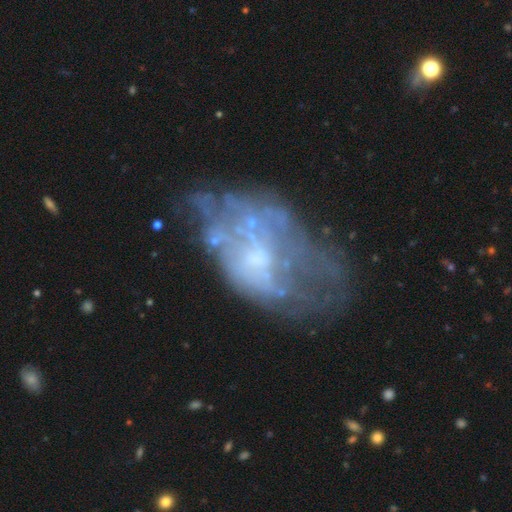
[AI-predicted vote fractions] smooth-or-featured: featured or disk: 64% | smooth: 23% | star or artifact: 13%
  disk-edge-on: no: 96% | yes: 4%
    bar: no: 80% | weak: 17% | strong: 3%
    has-spiral-arms: no: 78% | yes: 22%
    bulge-size: small: 39% | none: 32% | moderate: 25% | large: 3% | dominant: 1%
  merging: none: 36% | major disturbance: 32% | minor disturbance: 23% | merger: 9%